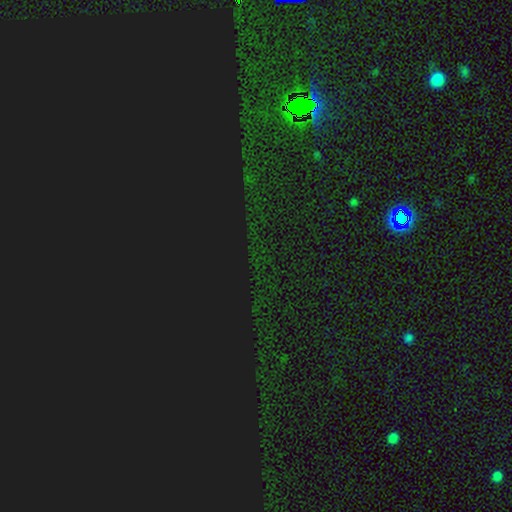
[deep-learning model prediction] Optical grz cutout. It shows a star or artifact, not a galaxy (84%).